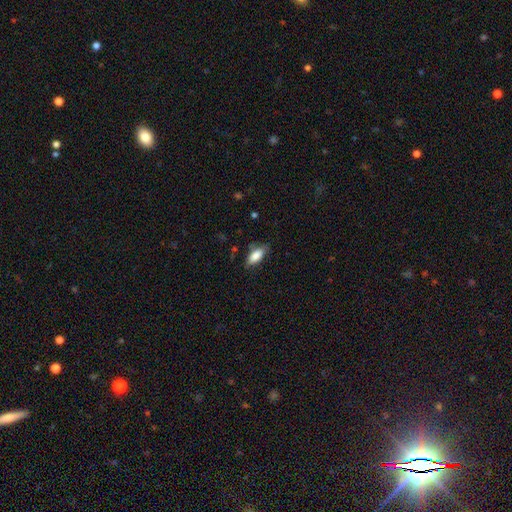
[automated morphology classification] This is clearly a smooth galaxy (82%). How rounded: clearly in between (81%). Merging: likely none (71%).